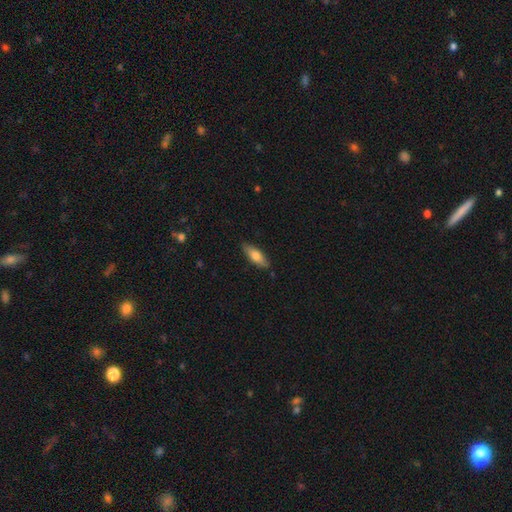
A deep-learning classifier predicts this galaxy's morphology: This appears to be a smooth galaxy with no disk features (72%) that is in between round and cigar-shaped (64%). Merging: none (84%).